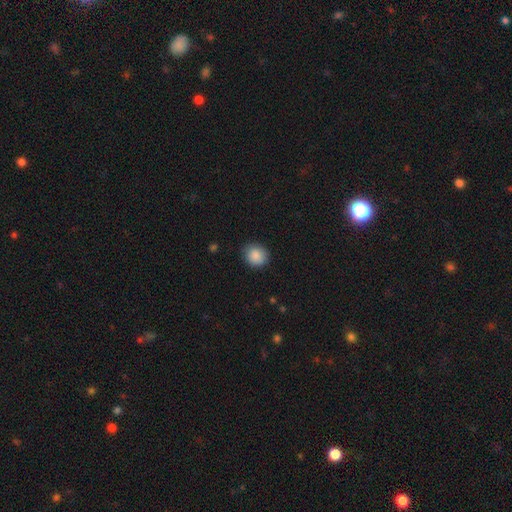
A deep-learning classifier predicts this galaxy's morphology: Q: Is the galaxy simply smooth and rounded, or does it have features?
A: smooth — 88%.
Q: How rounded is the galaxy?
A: round — 80%.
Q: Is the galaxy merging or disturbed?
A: none — 85%.